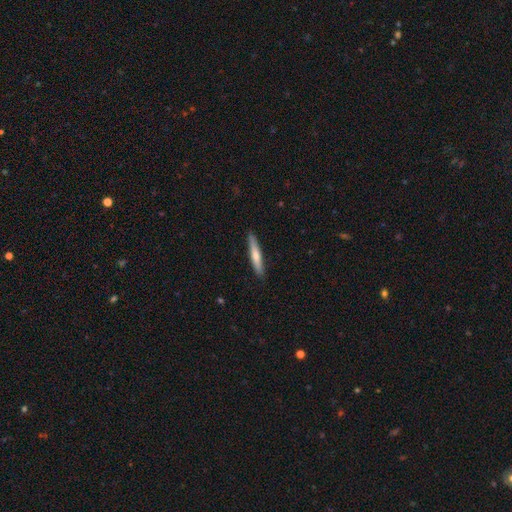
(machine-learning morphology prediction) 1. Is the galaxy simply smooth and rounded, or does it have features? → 61% smooth, 34% featured or disk, 5% star or artifact.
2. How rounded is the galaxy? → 92% cigar-shaped, 6% in between, 1% round.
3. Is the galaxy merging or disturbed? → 89% none, 8% minor disturbance, 1% major disturbance, 1% merger.